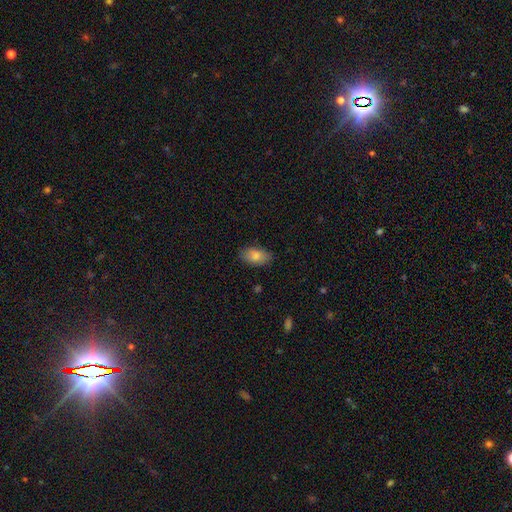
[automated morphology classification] Overall: smooth (83%). How rounded: in between (93%). Merging: none (80%).